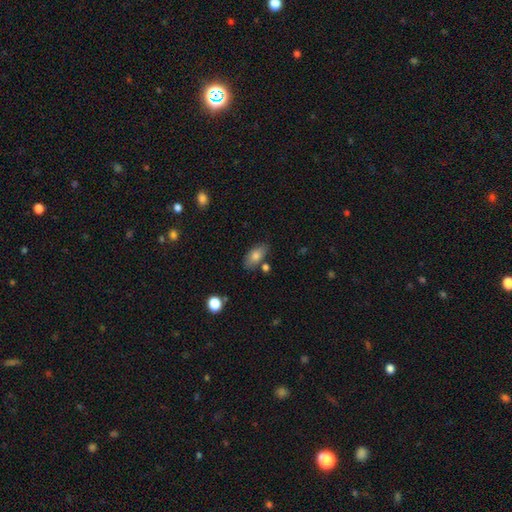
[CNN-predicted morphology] smooth 79%, featured or disk 13%, star or artifact 8%. Down the decision tree: how rounded — in between (89%); merging — none (74%).